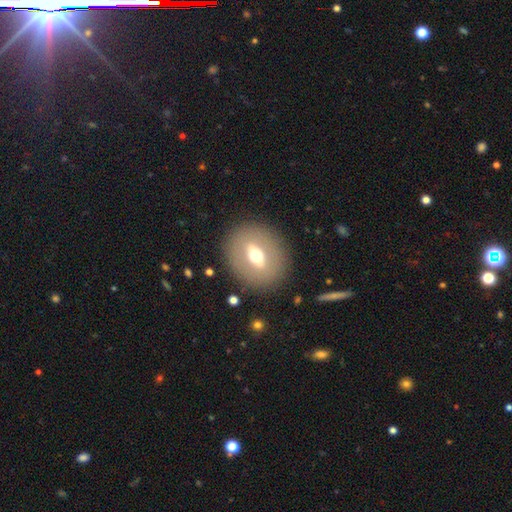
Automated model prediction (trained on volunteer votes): featured or disk 49%, smooth 42%, star or artifact 9%. Down the decision tree: merging — none (86%).